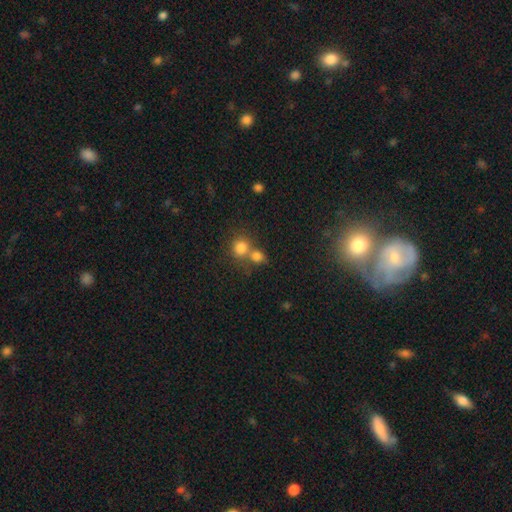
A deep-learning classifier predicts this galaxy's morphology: This appears to be a smooth galaxy with no disk features (75%) that is round (75%). Merging: merger (47%).